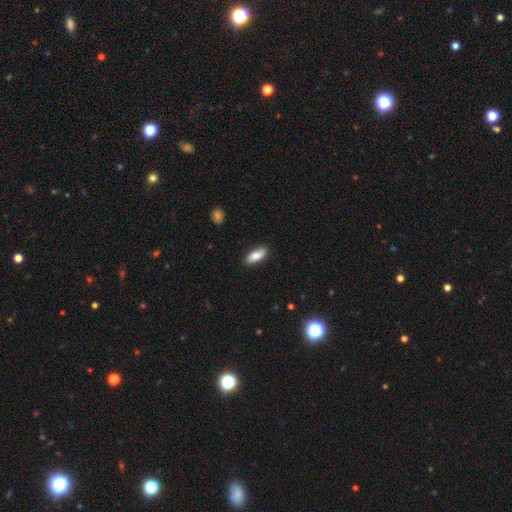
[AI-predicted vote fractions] A smooth galaxy with no disk features (80%) that is in between round and cigar-shaped (77%).

Vote fractions:
- Smooth or featured? smooth: 80% / featured or disk: 14% / star or artifact: 6%
- How rounded? in between: 77% / cigar-shaped: 20% / round: 2%
- Merging? none: 85% / minor disturbance: 11% / major disturbance: 2% / merger: 1%